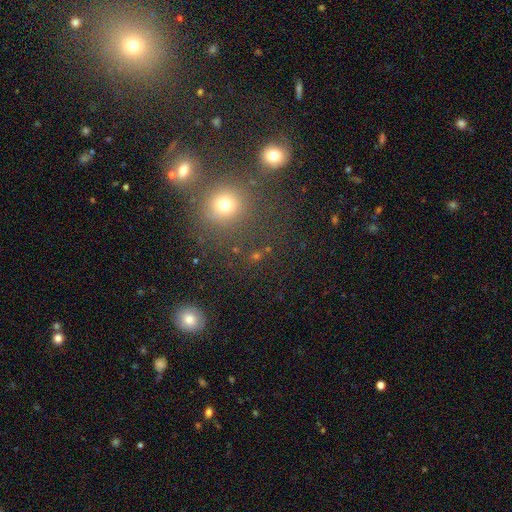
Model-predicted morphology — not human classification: Smooth or featured?
  - smooth: 62% *
  - star or artifact: 30%
  - featured or disk: 8%
How rounded?
  - round: 84% *
  - in between: 14%
  - cigar-shaped: 2%
Merging?
  - none: 76% *
  - minor disturbance: 9%
  - merger: 8%
  - major disturbance: 6%